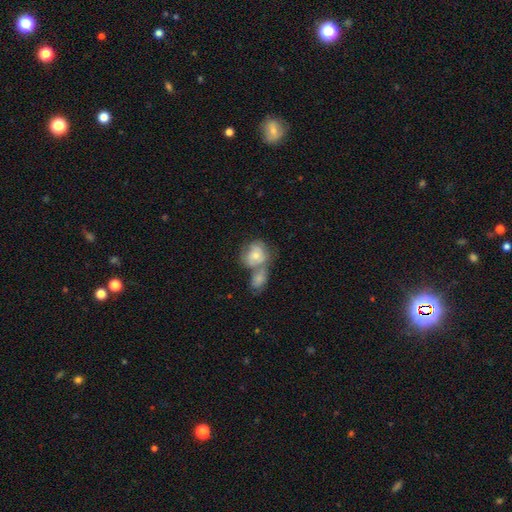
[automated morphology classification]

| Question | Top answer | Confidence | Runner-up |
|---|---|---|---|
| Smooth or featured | smooth | 53% | featured or disk (37%) |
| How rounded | round | 60% | in between (39%) |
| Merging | merger | 59% | none (26%) |